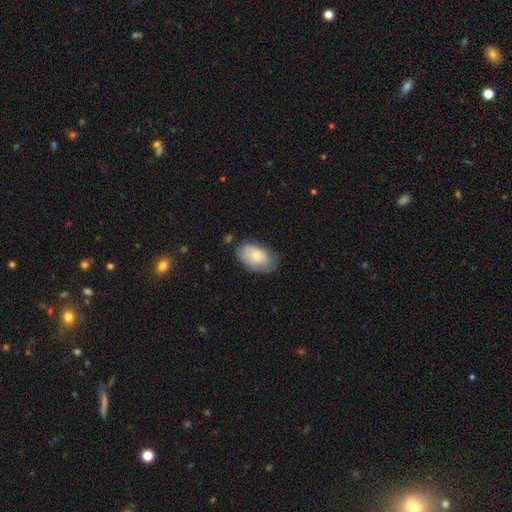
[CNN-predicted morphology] Smooth or featured?
  - smooth: 69% *
  - featured or disk: 25%
  - star or artifact: 6%
How rounded?
  - in between: 92% *
  - round: 7%
  - cigar-shaped: 1%
Merging?
  - none: 63% *
  - minor disturbance: 28%
  - major disturbance: 8%
  - merger: 2%